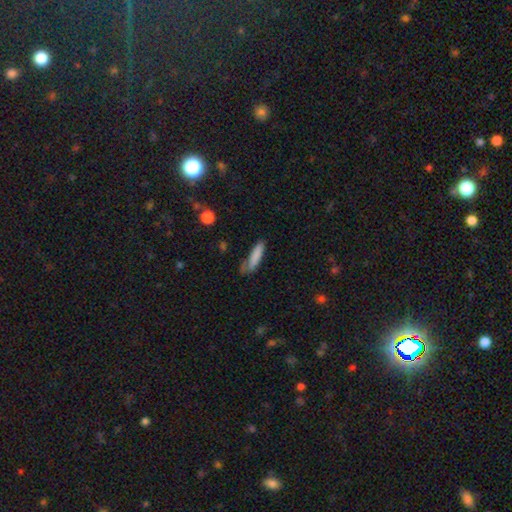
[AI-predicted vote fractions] A smooth galaxy with no disk features (82%) that is cigar-shaped (78%).

Vote fractions:
- Smooth or featured? smooth: 82% / featured or disk: 11% / star or artifact: 7%
- How rounded? cigar-shaped: 78% / in between: 21% / round: 2%
- Merging? none: 60% / minor disturbance: 27% / major disturbance: 9% / merger: 3%